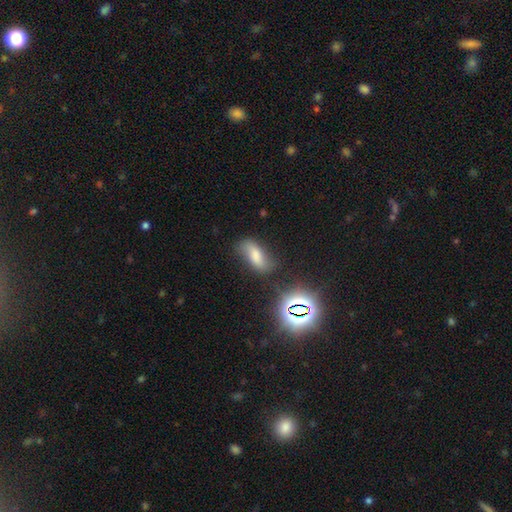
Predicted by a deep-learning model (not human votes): Smooth or featured? Predicted: smooth (p=0.58). How rounded? Predicted: in between (p=0.77). Merging? Predicted: none (p=0.61).